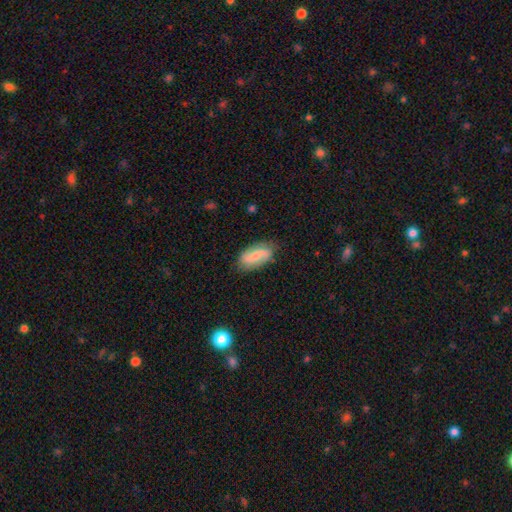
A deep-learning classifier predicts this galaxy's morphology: smooth-or-featured: featured or disk: 61% | smooth: 33% | star or artifact: 6%
  disk-edge-on: no: 95% | yes: 5%
    bar: weak: 45% | no: 30% | strong: 25%
    has-spiral-arms: yes: 91% | no: 9%
      spiral-winding: loose: 58% | medium: 29% | tight: 12%
      spiral-arm-count: 2: 89% | can't tell: 5% | 1: 3% | 3: 1% | 4: 1% | more than 4: 1%
    bulge-size: small: 51% | moderate: 27% | none: 17% | large: 3% | dominant: 1%
  merging: none: 79% | minor disturbance: 16% | major disturbance: 4% | merger: 1%